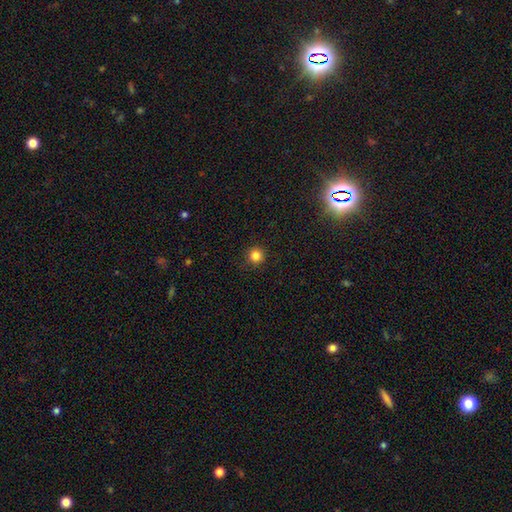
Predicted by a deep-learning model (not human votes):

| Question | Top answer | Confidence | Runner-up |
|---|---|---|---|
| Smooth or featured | smooth | 83% | star or artifact (13%) |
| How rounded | round | 95% | in between (4%) |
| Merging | none | 91% | minor disturbance (6%) |